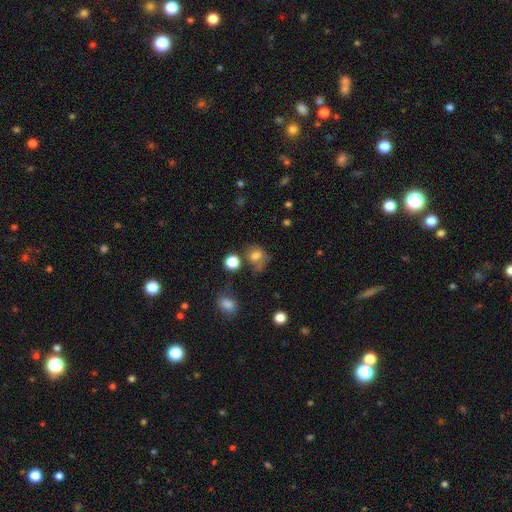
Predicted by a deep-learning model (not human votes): This appears to be a smooth galaxy with no disk features (74%) that is round (65%). Merging: none (50%).